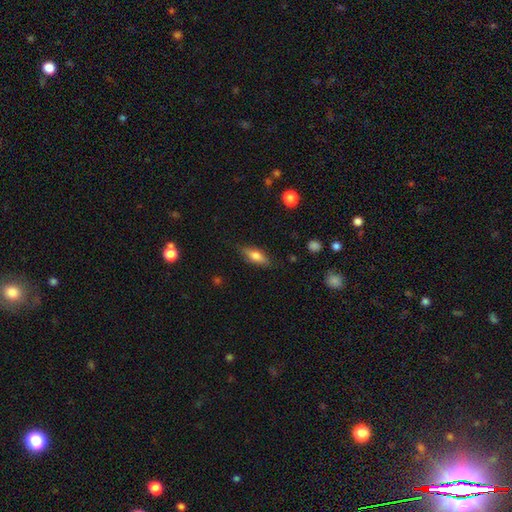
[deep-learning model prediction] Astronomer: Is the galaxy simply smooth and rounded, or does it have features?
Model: smooth — 65%.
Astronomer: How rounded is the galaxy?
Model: in between — 60% (runner-up: cigar-shaped, 37%).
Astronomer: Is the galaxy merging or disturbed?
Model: none — 81%.